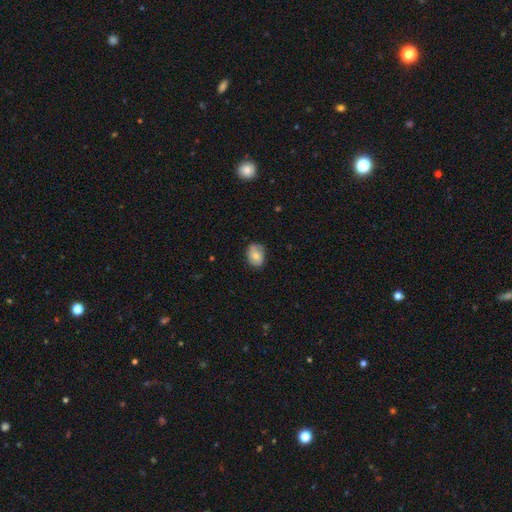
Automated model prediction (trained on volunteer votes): This appears to be a smooth galaxy with no disk features (67%) that is in between round and cigar-shaped (67%). Merging: none (71%).